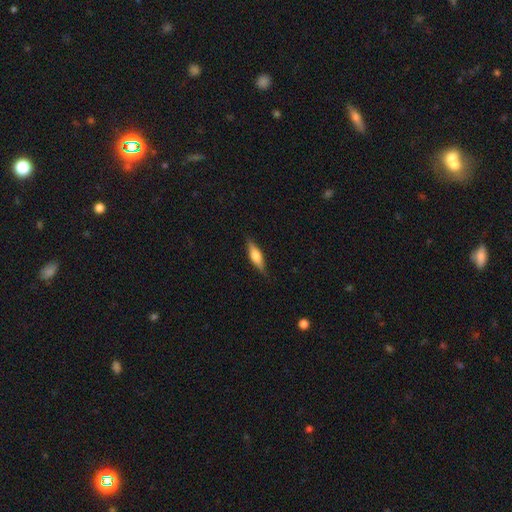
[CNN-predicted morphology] Smooth or featured? smooth (50%)
Merging? none (83%)